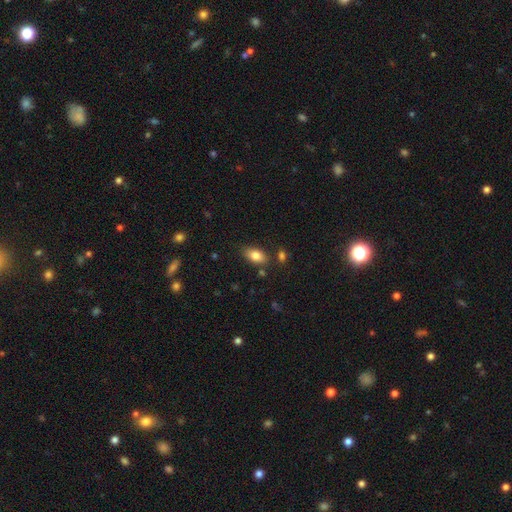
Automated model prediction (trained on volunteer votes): Smooth or featured? Predicted: smooth (p=0.82). How rounded? Predicted: in between (p=0.90). Merging? Predicted: none (p=0.78).